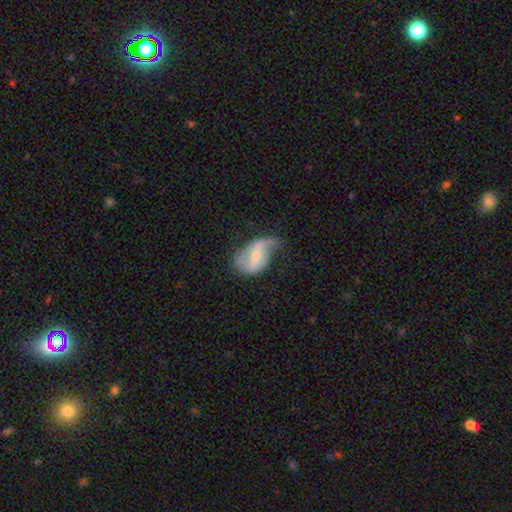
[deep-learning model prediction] This is likely a featured or disk galaxy (69%). It is clearly not viewed edge-on (96%). Bar: possibly weak (45%). Spiral arm pattern: clearly yes (82%). Spiral arm count: likely 2 (72%). Spiral winding: likely loose (69%). Central bulge: possibly small (46%). Merging: marginally minor disturbance (36%).